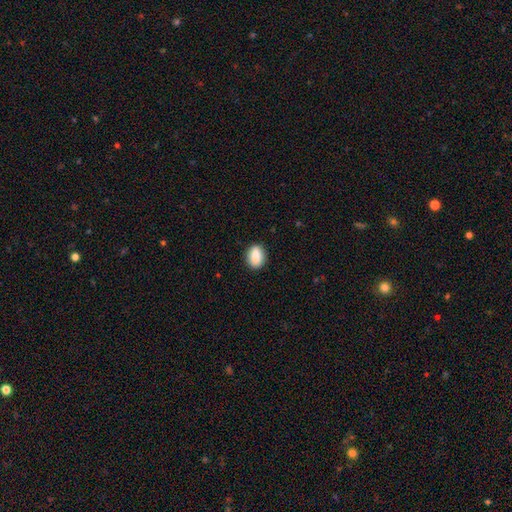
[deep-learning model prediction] Overall: smooth (88%). How rounded: in between (78%). Merging: none (88%).